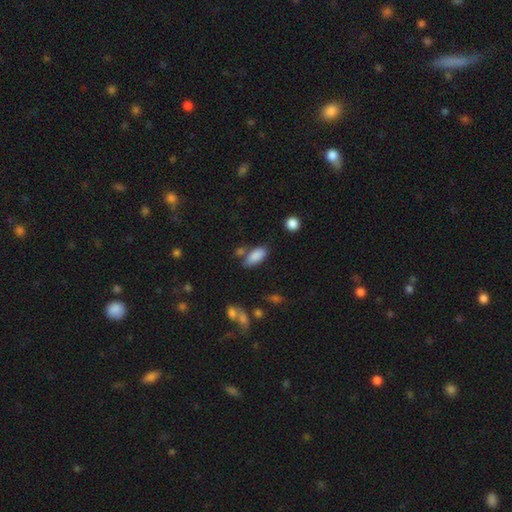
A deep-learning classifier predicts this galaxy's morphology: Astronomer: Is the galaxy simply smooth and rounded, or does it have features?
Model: smooth — 86%.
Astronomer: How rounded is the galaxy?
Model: in between — 89%.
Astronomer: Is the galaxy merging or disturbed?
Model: none — 65%.